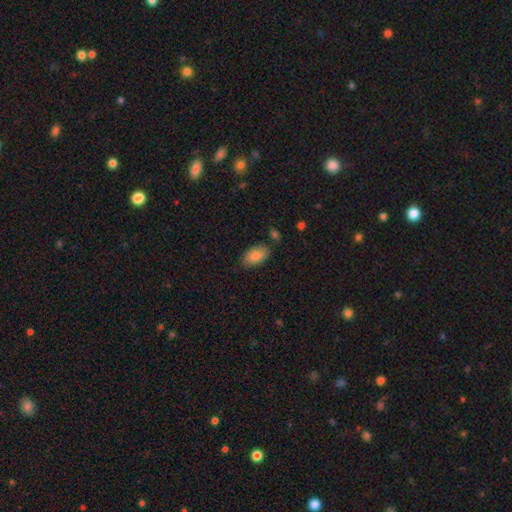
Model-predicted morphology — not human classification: A smooth galaxy with no disk features (86%) that is in between round and cigar-shaped (94%).

Vote fractions:
- Smooth or featured? smooth: 86% / featured or disk: 7% / star or artifact: 7%
- How rounded? in between: 94% / round: 4% / cigar-shaped: 2%
- Merging? none: 78% / minor disturbance: 16% / major disturbance: 3% / merger: 3%